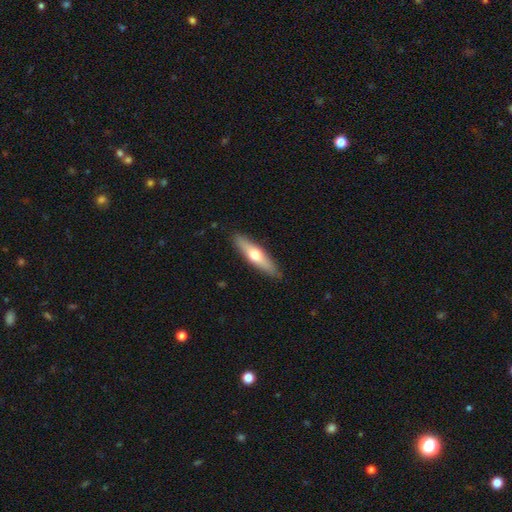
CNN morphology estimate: smooth 52%, featured or disk 43%, star or artifact 5%. Down the decision tree: how rounded — cigar-shaped (75%); merging — none (88%).